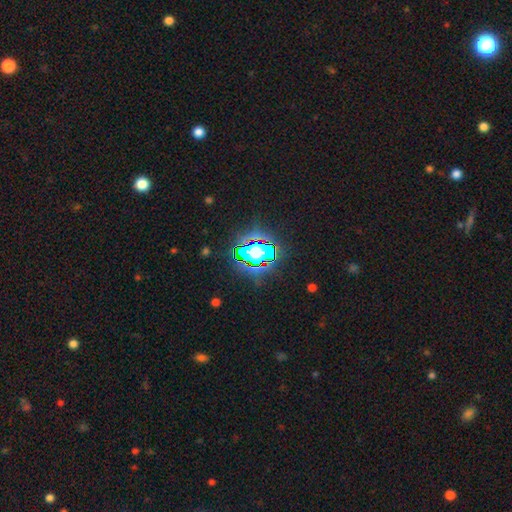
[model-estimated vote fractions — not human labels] Smooth or featured? Predicted: star or artifact (p=0.74).